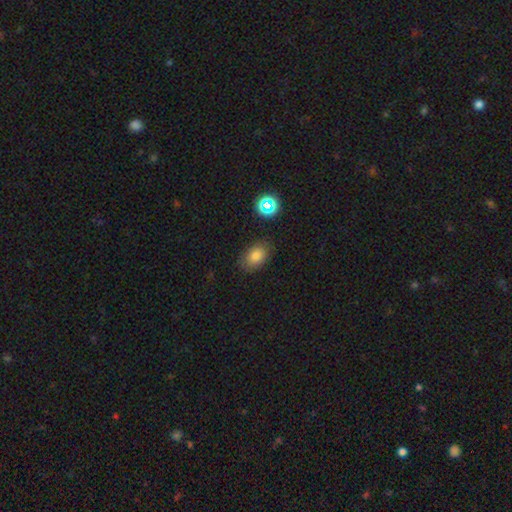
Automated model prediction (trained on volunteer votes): This is likely a smooth galaxy (77%). How rounded: clearly in between (83%). Merging: likely none (78%).